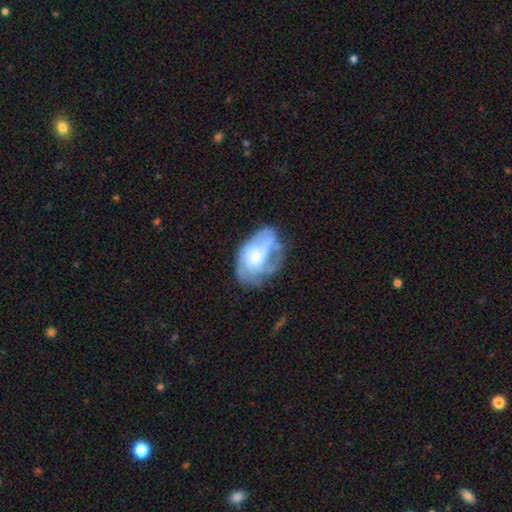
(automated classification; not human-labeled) This is possibly a featured or disk galaxy (56%). It is clearly not viewed edge-on (97%). Bar: likely no (76%). Spiral arm pattern: likely yes (61%). Central bulge: marginally moderate (36%). Merging: marginally none (45%).